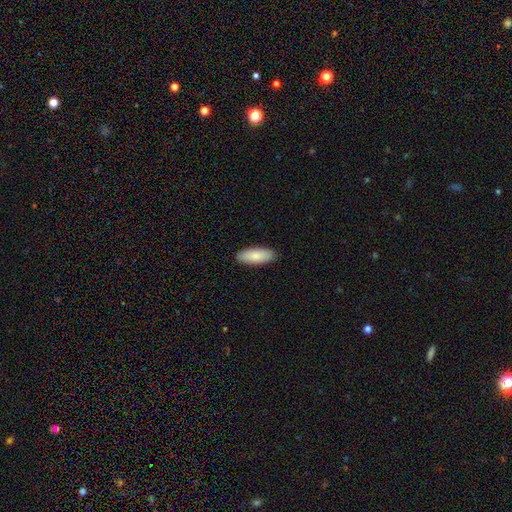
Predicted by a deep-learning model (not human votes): This is clearly a smooth galaxy (85%). How rounded: clearly in between (80%). Merging: clearly none (90%).